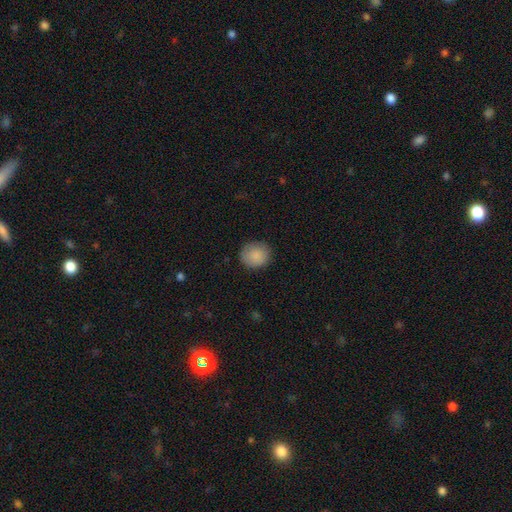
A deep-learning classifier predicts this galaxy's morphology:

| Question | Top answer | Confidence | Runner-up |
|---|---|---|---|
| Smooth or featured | smooth | 88% | star or artifact (7%) |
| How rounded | round | 84% | in between (15%) |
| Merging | none | 86% | minor disturbance (10%) |